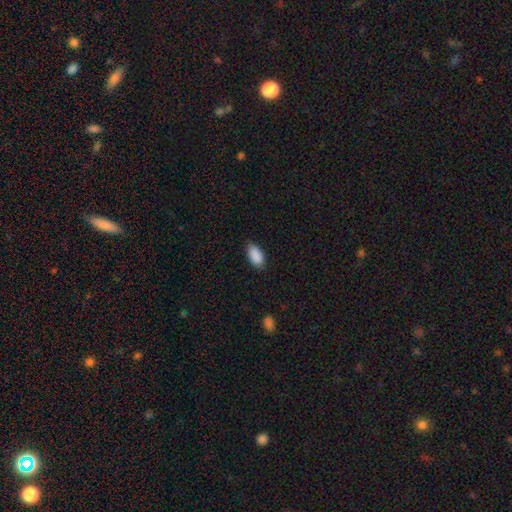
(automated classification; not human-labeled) smooth 90%, star or artifact 7%, featured or disk 3%. Down the decision tree: how rounded — in between (94%); merging — none (83%).